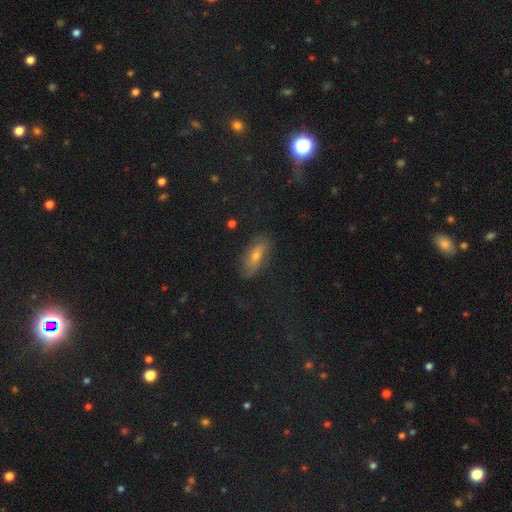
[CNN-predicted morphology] Smooth or featured? Predicted: smooth (p=0.48). Merging? Predicted: none (p=0.78).